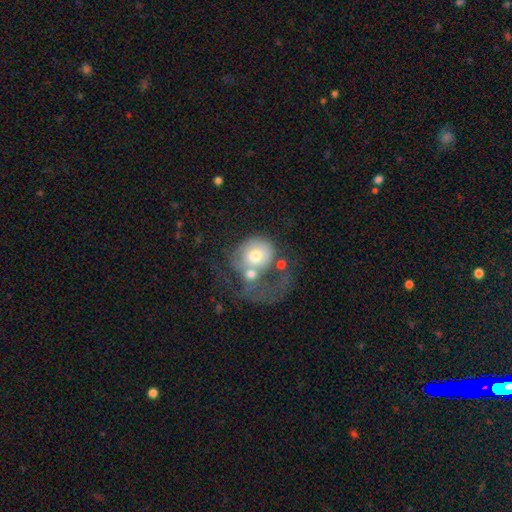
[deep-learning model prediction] smooth 52%, featured or disk 40%, star or artifact 8%. Down the decision tree: how rounded — round (74%); merging — merger (50%).